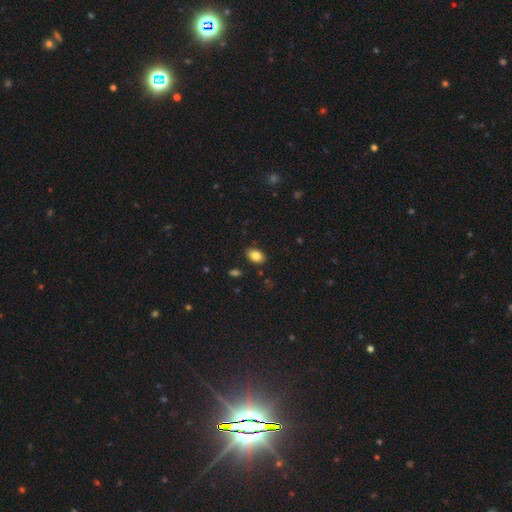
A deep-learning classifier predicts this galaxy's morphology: Smooth or featured? Predicted: smooth (p=0.85). How rounded? Predicted: in between (p=0.85). Merging? Predicted: none (p=0.87).